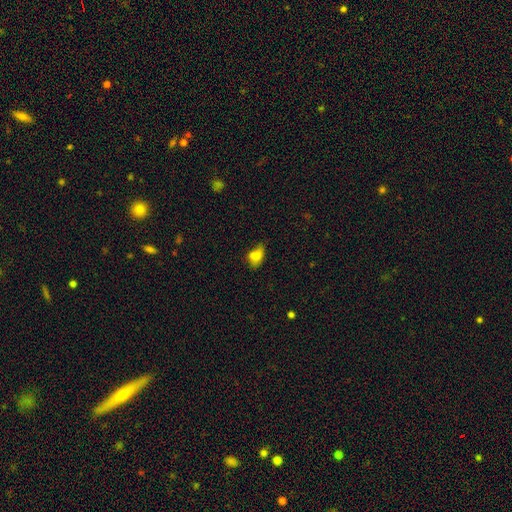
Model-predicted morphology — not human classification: smooth_or_featured: smooth (p=0.74) [alt: featured or disk p=0.13]
how_rounded: in between (p=0.84) [alt: round p=0.12]
merging: none (p=0.35) [alt: minor disturbance p=0.31]